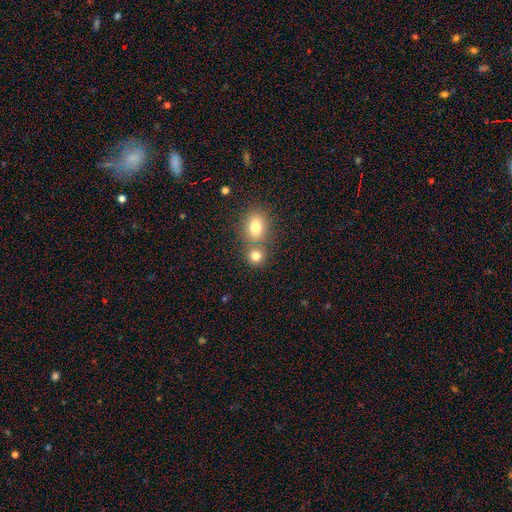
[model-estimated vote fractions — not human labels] This appears to be a smooth galaxy with no disk features (80%) that is round (81%). Merging: none (59%).